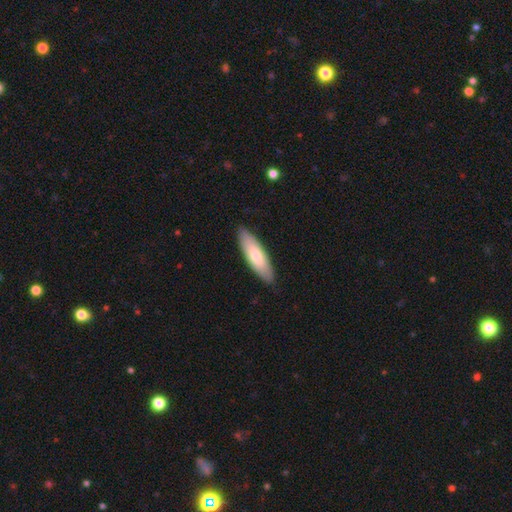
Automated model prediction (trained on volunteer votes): Q: Smooth or featured?
A: smooth (73%); runner-up: featured or disk (23%)
Q: How rounded?
A: in between (50%); runner-up: cigar-shaped (49%)
Q: Merging?
A: none (88%); runner-up: minor disturbance (10%)